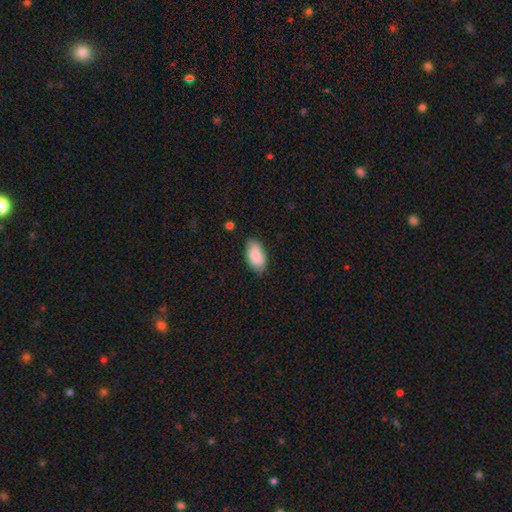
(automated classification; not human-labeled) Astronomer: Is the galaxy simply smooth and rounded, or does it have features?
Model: smooth — 88%.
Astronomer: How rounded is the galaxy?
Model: in between — 95%.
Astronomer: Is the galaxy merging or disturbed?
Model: none — 77%.